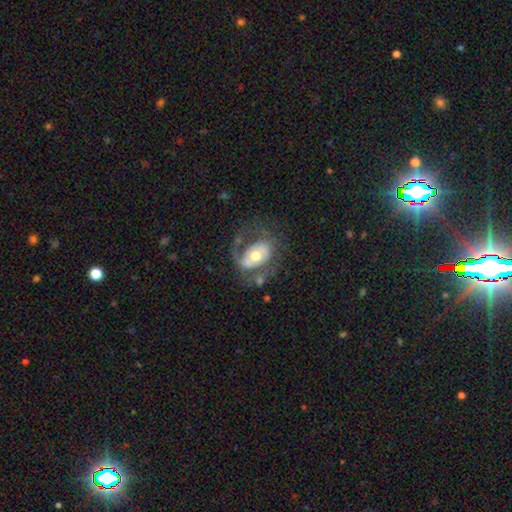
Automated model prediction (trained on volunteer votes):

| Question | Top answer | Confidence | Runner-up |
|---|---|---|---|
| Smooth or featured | featured or disk | 66% | smooth (28%) |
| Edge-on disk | no | 95% | yes (5%) |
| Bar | no | 64% | weak (25%) |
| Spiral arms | yes | 62% | no (38%) |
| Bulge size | moderate | 70% | large (18%) |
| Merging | none | 45% | major disturbance (28%) |